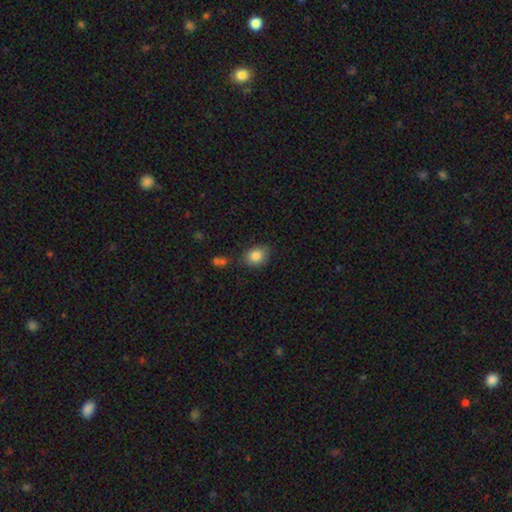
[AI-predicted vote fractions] This is clearly a smooth galaxy (86%). How rounded: possibly round (55%). Merging: likely none (78%).